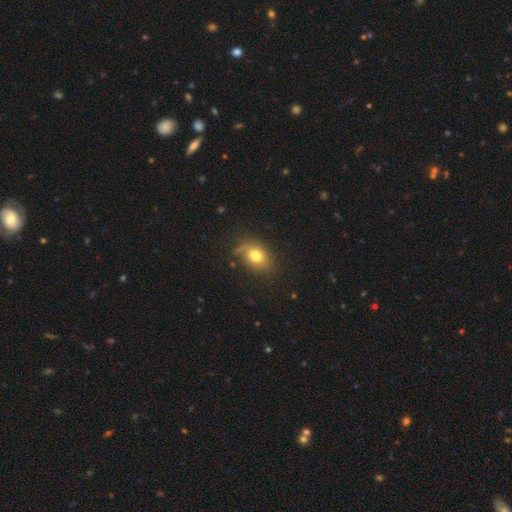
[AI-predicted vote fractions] Smooth or featured?
  - smooth: 77% *
  - featured or disk: 12%
  - star or artifact: 11%
How rounded?
  - in between: 71% *
  - round: 28%
  - cigar-shaped: 2%
Merging?
  - none: 74% *
  - minor disturbance: 18%
  - major disturbance: 5%
  - merger: 2%